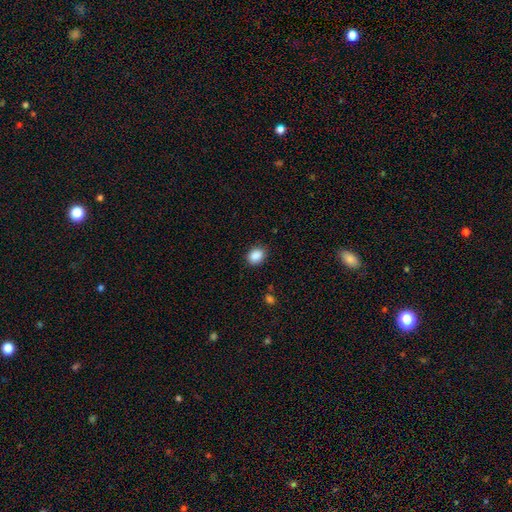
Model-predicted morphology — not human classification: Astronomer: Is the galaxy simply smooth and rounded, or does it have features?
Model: smooth — 89%.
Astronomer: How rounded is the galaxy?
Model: in between — 61% (runner-up: round, 38%).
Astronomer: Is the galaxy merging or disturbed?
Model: none — 84%.